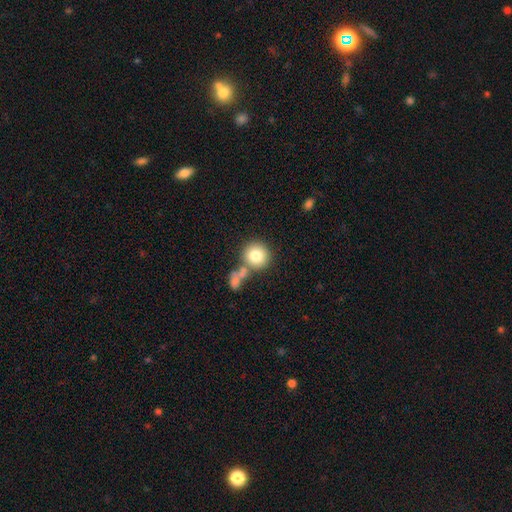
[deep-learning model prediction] Smooth or featured? Predicted: smooth (p=0.78). How rounded? Predicted: round (p=0.90). Merging? Predicted: none (p=0.62).